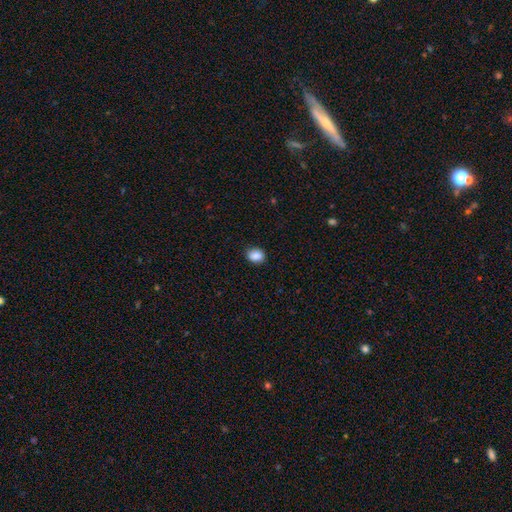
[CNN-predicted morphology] A smooth galaxy with no disk features (89%) that is in between round and cigar-shaped (57%). Merging: none (87%).